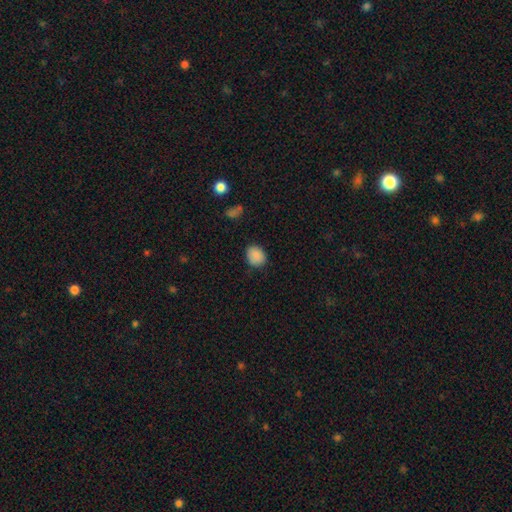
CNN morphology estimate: A smooth galaxy with no disk features (88%) that is round (58%).

Vote fractions:
- Smooth or featured? smooth: 88% / star or artifact: 9% / featured or disk: 4%
- How rounded? round: 58% / in between: 41% / cigar-shaped: 1%
- Merging? none: 84% / minor disturbance: 12% / major disturbance: 3% / merger: 1%